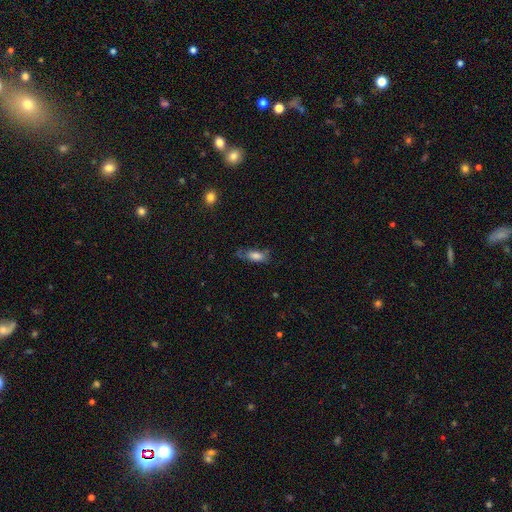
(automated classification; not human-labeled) Morphology: type=smooth (68%); roundness=in between (71%); merging=none (52%).